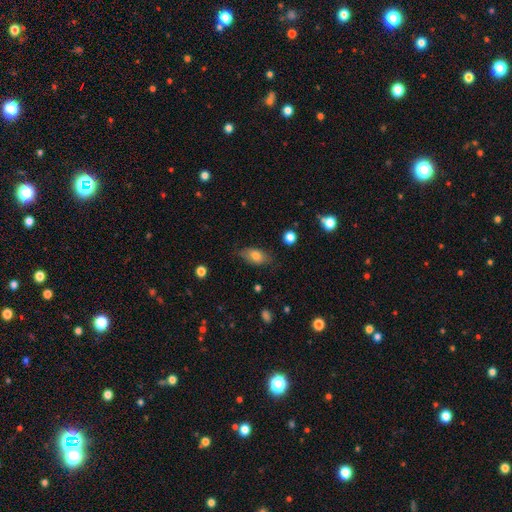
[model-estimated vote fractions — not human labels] Smooth or featured: smooth — 74% (featured or disk — 18%)
How rounded: in between — 87% (round — 6%)
Merging: none — 71% (minor disturbance — 22%)